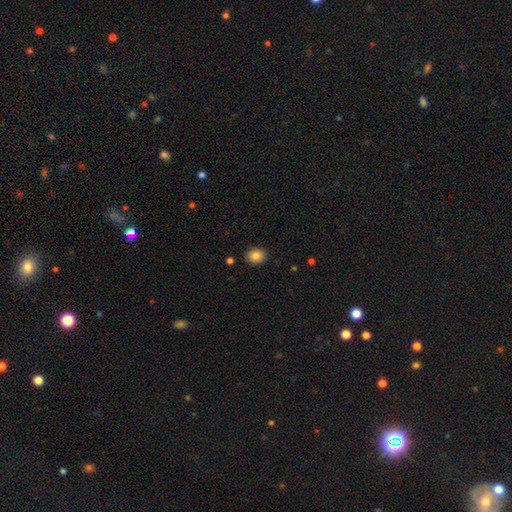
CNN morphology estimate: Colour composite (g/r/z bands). It shows a smooth galaxy with no disk features (85%) that is round (51%). Merging: none (89%).